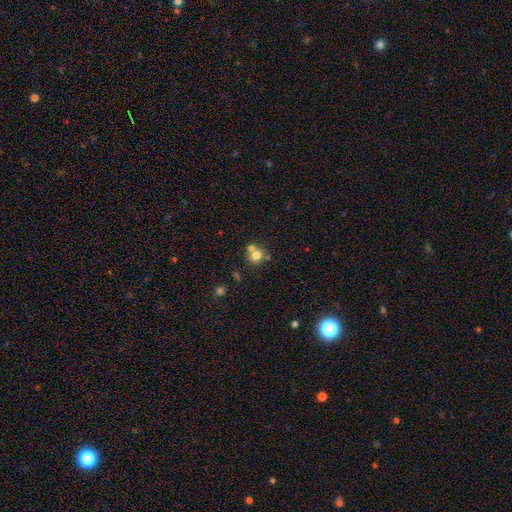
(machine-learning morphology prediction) Smooth or featured?
  - smooth: 74% *
  - star or artifact: 13%
  - featured or disk: 13%
How rounded?
  - round: 86% *
  - in between: 13%
  - cigar-shaped: 1%
Merging?
  - none: 51% *
  - merger: 38%
  - minor disturbance: 8%
  - major disturbance: 3%